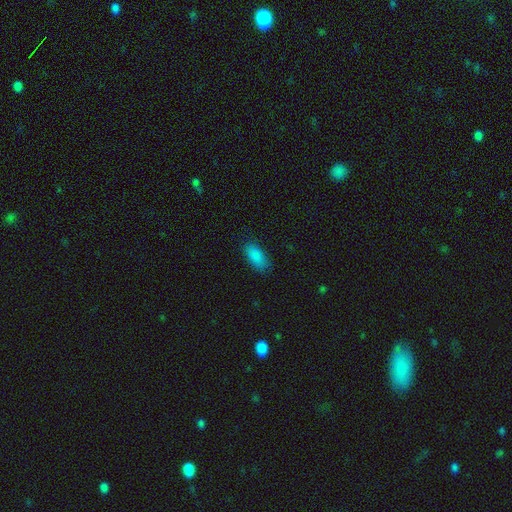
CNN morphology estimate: A smooth galaxy with no disk features (88%) that is in between round and cigar-shaped (88%).

Vote fractions:
- Smooth or featured? smooth: 88% / star or artifact: 8% / featured or disk: 5%
- How rounded? in between: 88% / cigar-shaped: 9% / round: 2%
- Merging? none: 83% / minor disturbance: 13% / major disturbance: 3% / merger: 1%